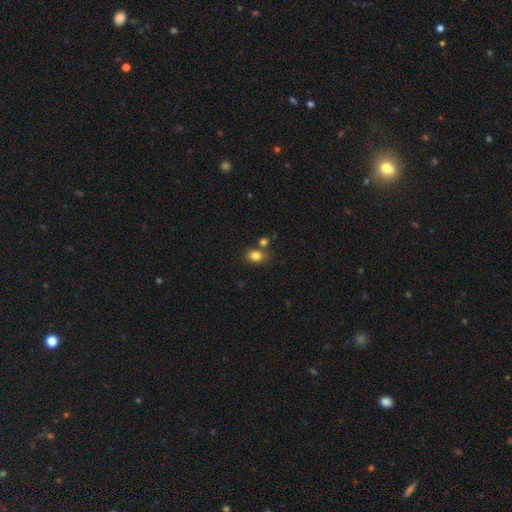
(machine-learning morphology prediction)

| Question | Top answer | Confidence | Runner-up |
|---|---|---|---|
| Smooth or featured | smooth | 82% | star or artifact (12%) |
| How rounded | in between | 53% | round (46%) |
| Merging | none | 70% | merger (15%) |